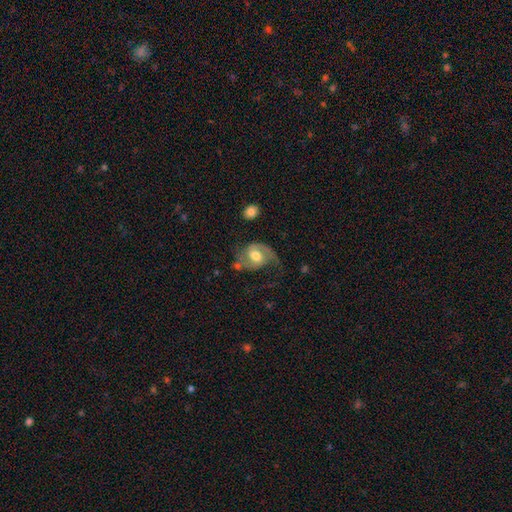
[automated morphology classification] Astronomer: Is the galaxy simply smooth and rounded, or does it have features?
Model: featured or disk — 74%.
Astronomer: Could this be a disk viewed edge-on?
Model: no — 97%.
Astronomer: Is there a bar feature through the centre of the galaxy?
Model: weak — 44%, tied with no at 44%.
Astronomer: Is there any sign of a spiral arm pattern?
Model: yes — 92%.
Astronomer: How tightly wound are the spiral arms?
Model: medium — 44% (runner-up: loose, 41%).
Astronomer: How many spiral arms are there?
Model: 2 — 73%.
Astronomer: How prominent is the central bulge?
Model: moderate — 70%.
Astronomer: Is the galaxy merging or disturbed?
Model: none — 49%.